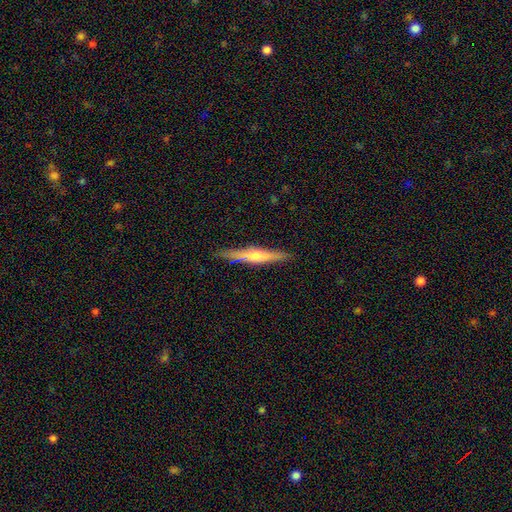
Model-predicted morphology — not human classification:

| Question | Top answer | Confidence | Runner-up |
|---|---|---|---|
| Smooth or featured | featured or disk | 67% | smooth (27%) |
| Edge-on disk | yes | 97% | no (3%) |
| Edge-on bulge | rounded | 86% | none (9%) |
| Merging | none | 90% | minor disturbance (8%) |